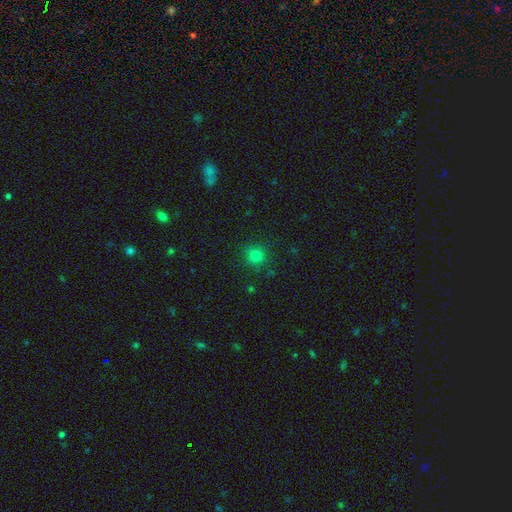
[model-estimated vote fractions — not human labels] A smooth galaxy with no disk features (81%) that is round (91%). Merging: none (88%).